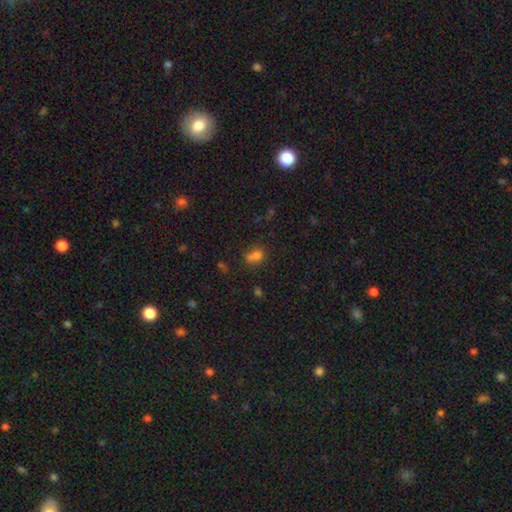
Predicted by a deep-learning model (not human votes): smooth-or-featured: smooth: 69% | star or artifact: 19% | featured or disk: 12%
  how-rounded: round: 57% | in between: 41% | cigar-shaped: 2%
  merging: merger: 40% | none: 38% | minor disturbance: 14% | major disturbance: 7%